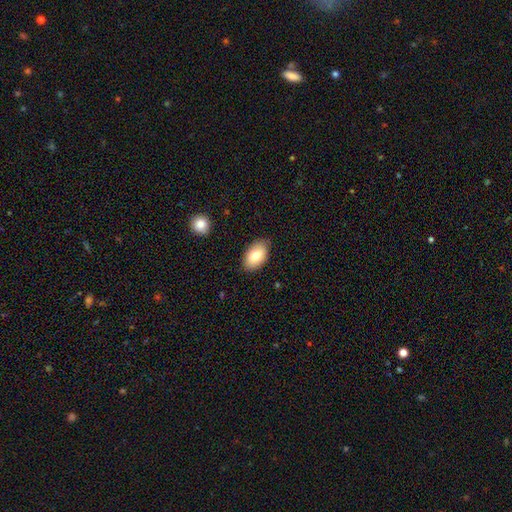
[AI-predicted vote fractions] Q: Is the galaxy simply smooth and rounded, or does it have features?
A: smooth — 80%.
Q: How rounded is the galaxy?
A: in between — 93%.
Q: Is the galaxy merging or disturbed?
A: none — 85%.